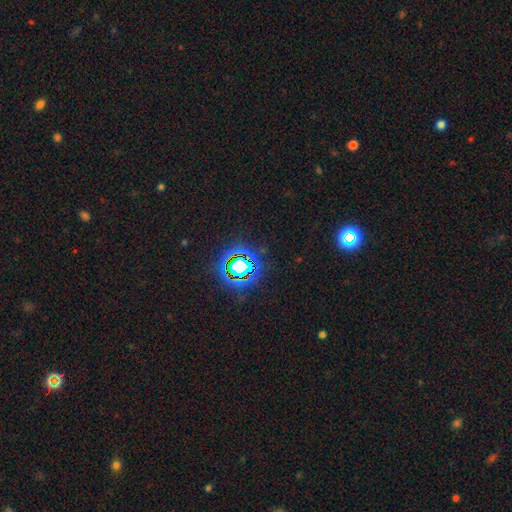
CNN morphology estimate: type=star or artifact (78%).